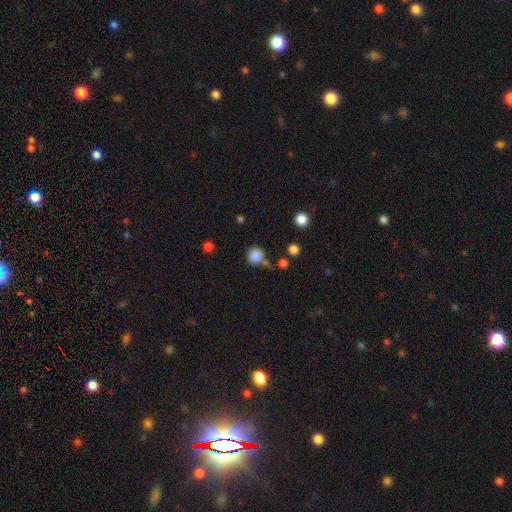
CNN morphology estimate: Q: Smooth or featured?
A: smooth (84%); runner-up: star or artifact (12%)
Q: How rounded?
A: round (89%); runner-up: in between (10%)
Q: Merging?
A: none (72%); runner-up: minor disturbance (14%)